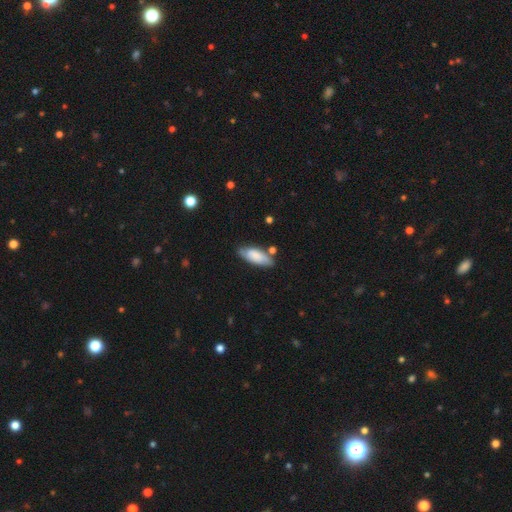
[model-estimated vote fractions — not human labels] A smooth galaxy with no disk features (78%) that is in between round and cigar-shaped (75%).

Vote fractions:
- Smooth or featured? smooth: 78% / featured or disk: 16% / star or artifact: 6%
- How rounded? in between: 75% / cigar-shaped: 24% / round: 2%
- Merging? none: 70% / minor disturbance: 20% / merger: 6% / major disturbance: 4%